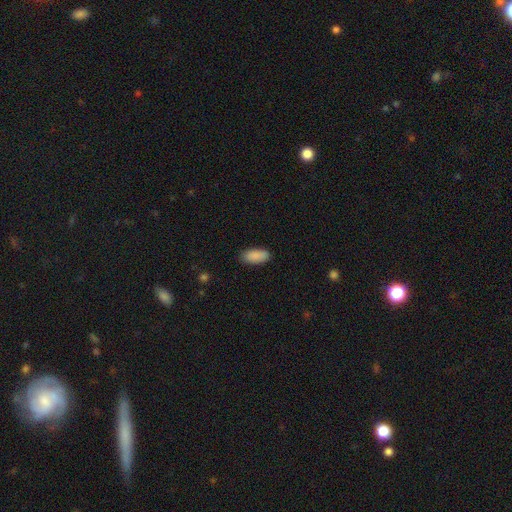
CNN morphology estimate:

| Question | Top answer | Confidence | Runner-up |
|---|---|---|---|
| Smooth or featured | smooth | 89% | star or artifact (7%) |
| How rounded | in between | 86% | cigar-shaped (12%) |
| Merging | none | 86% | minor disturbance (11%) |